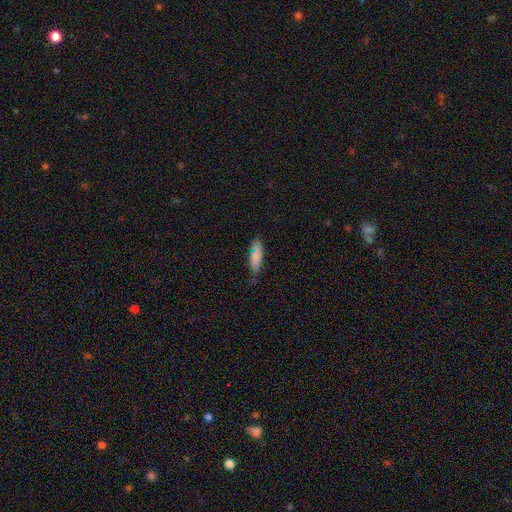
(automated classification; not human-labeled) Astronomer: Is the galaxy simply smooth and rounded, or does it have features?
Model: smooth — 80%.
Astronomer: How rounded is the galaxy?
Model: in between — 56% (runner-up: cigar-shaped, 42%).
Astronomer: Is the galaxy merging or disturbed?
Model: none — 69%.